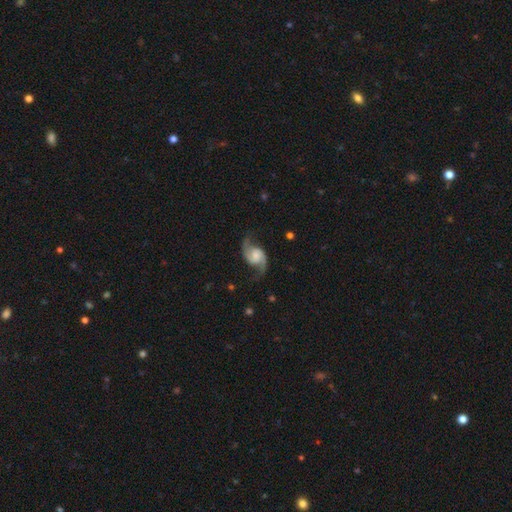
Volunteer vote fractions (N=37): A featured or disk galaxy (92%) with no bar (59%), 2 (97%) loose (70%) spiral arms (88%) and no central bulge (35%). Merging: none (89%).